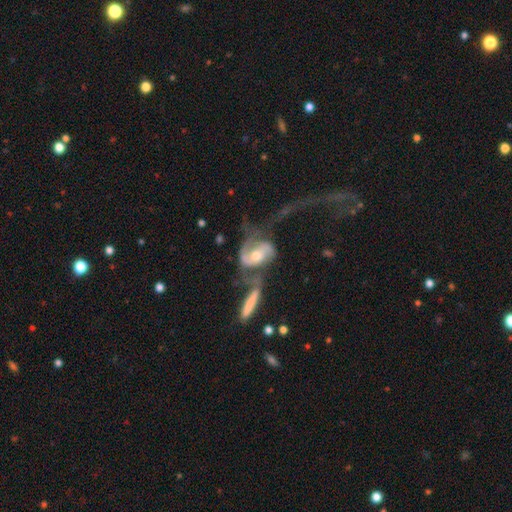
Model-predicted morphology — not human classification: type=featured or disk (79%); edge-on=no (94%); bar=no (48%); spiral arms=yes (89%); winding=loose (48%); arm count=2 (80%); bulge=moderate (65%); merging=merger (35%).